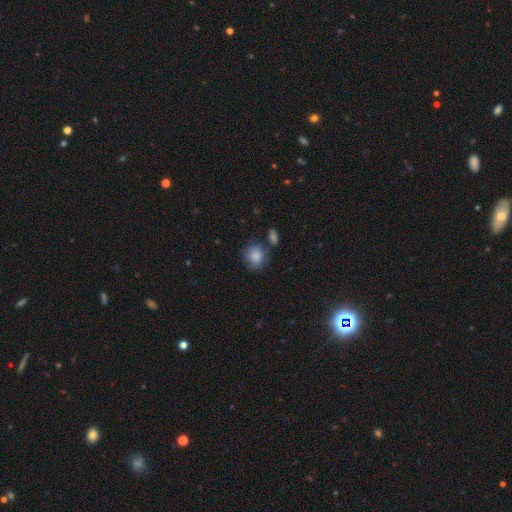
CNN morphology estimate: This appears to be a smooth galaxy with no disk features (72%) that is round (68%). Merging: none (57%).